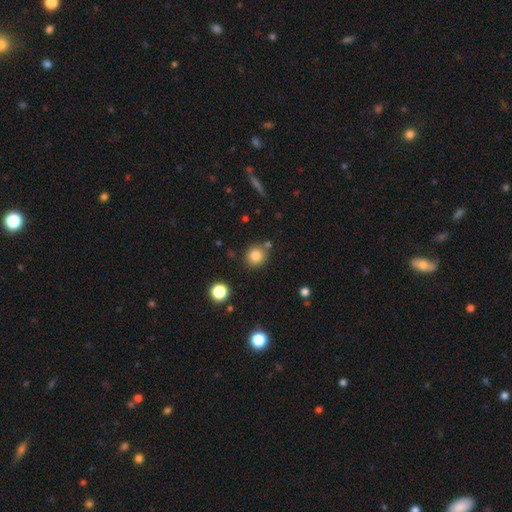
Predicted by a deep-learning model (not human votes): Smooth or featured? Predicted: smooth (p=0.82). How rounded? Predicted: round (p=0.90). Merging? Predicted: none (p=0.79).